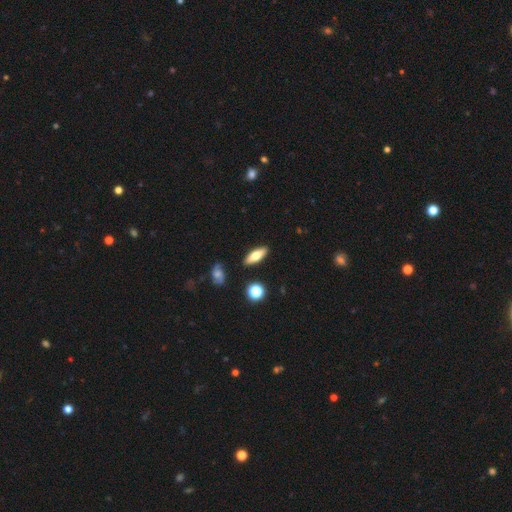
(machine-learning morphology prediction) This is likely a smooth galaxy (65%). How rounded: possibly in between (59%). Merging: clearly none (87%).